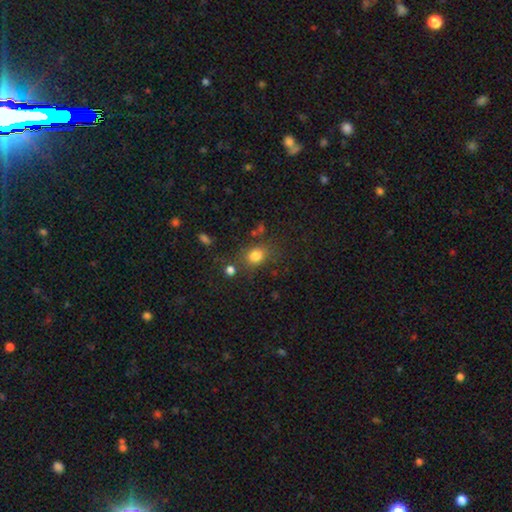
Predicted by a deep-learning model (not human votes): smooth-or-featured: smooth: 81% | star or artifact: 13% | featured or disk: 7%
  how-rounded: round: 58% | in between: 41% | cigar-shaped: 1%
  merging: none: 69% | minor disturbance: 15% | merger: 9% | major disturbance: 7%